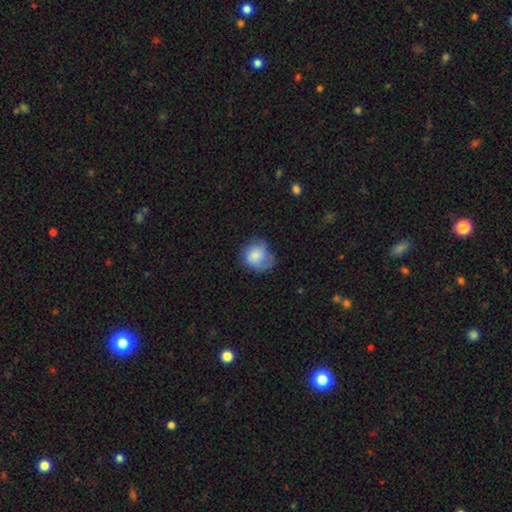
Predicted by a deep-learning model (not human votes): Overall: smooth (67%). How rounded: round (73%). Merging: none (48%; minor disturbance 32%).